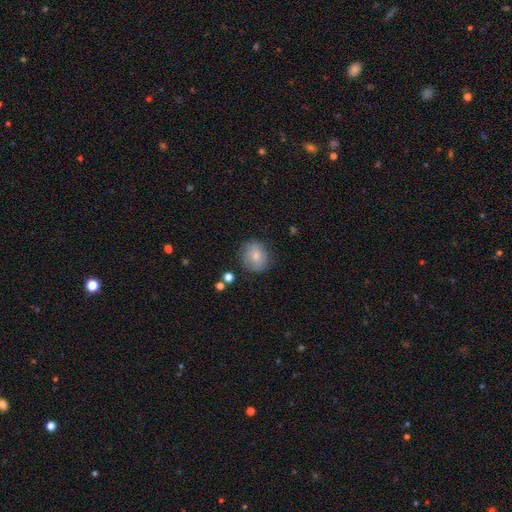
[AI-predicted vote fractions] Smooth or featured: smooth — 71% (featured or disk — 21%)
How rounded: round — 82% (in between — 17%)
Merging: none — 75% (minor disturbance — 18%)